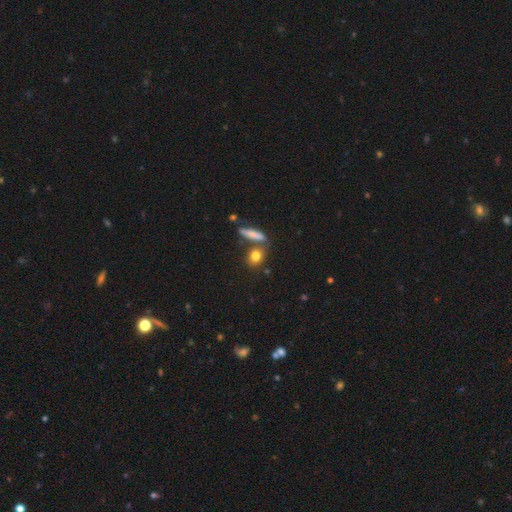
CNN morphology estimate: This appears to be a smooth galaxy with no disk features (79%) that is round (47%). Merging: none (66%).